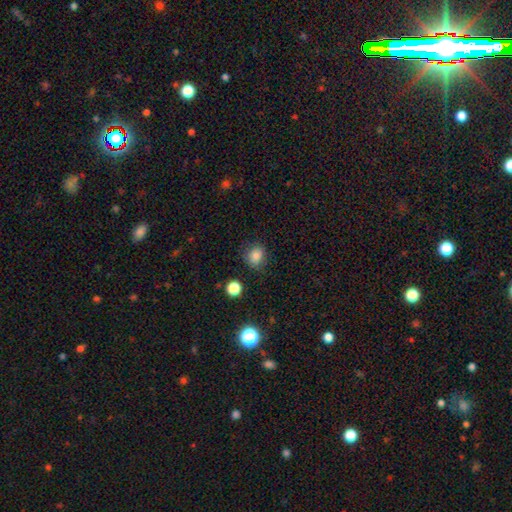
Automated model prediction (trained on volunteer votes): A smooth galaxy with no disk features (83%) that is round (69%). Merging: none (80%).